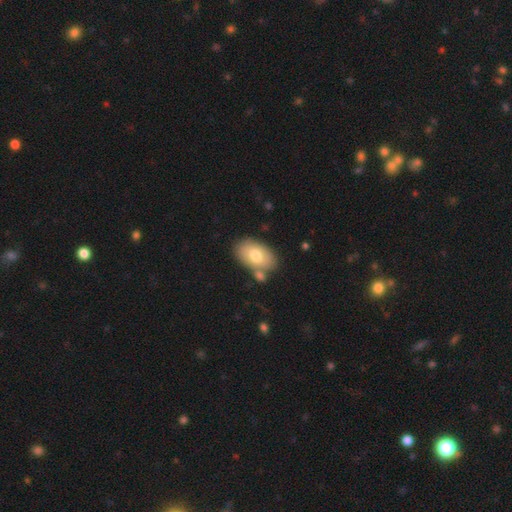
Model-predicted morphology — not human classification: This appears to be a smooth galaxy with no disk features (74%) that is in between round and cigar-shaped (92%). Merging: none (69%).